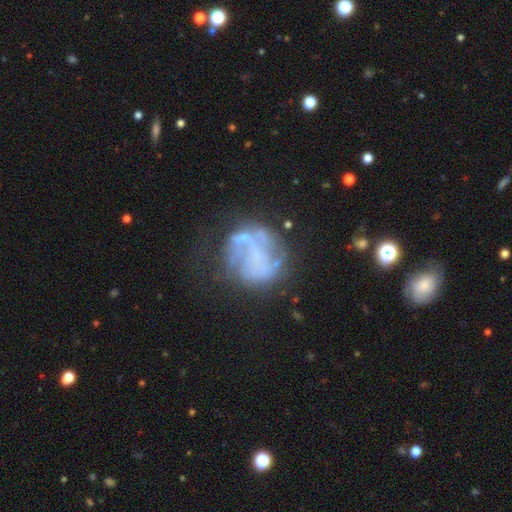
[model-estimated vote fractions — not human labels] featured or disk 64%, smooth 24%, star or artifact 13%. Down the decision tree: edge-on disk — no (98%); bar — no (78%); spiral arms — no (61%); bulge size — none (76%); merging — none (49%).